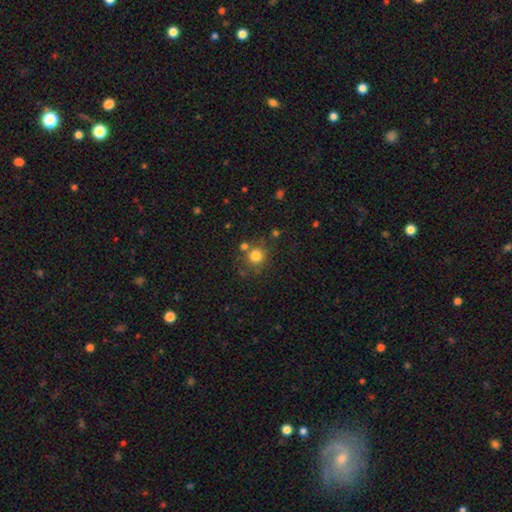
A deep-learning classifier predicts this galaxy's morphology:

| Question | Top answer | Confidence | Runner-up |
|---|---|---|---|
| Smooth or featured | smooth | 79% | star or artifact (13%) |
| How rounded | round | 89% | in between (10%) |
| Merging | none | 71% | merger (13%) |